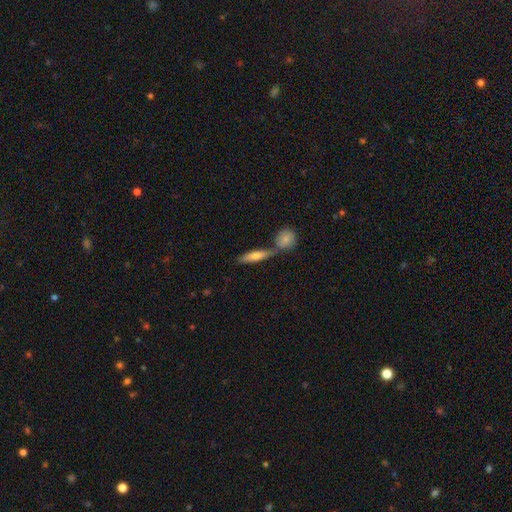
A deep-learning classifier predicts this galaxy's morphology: A smooth galaxy with no disk features (69%) that is cigar-shaped (65%). Merging: none (54%).